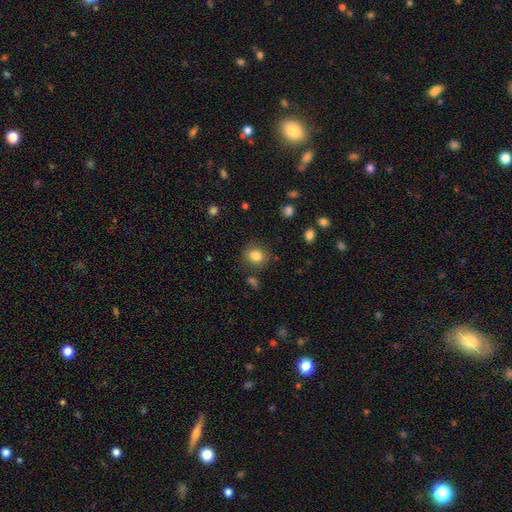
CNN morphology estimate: Smooth or featured? Predicted: smooth (p=0.83). How rounded? Predicted: round (p=0.67). Merging? Predicted: none (p=0.82).